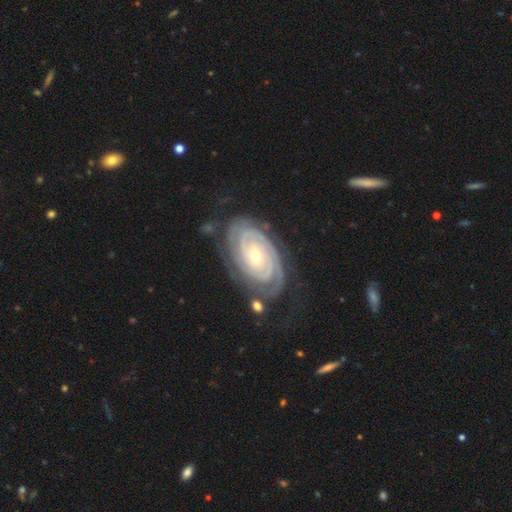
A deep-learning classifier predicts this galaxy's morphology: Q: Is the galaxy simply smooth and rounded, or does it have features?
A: featured or disk — 91%.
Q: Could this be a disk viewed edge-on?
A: no — 96%.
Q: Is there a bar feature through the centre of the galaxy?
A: no — 68%.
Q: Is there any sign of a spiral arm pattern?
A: yes — 98%.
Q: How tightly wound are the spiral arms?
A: tight — 87%.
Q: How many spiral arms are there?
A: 2 — 44%.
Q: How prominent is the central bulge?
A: small — 56%.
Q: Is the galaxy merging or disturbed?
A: none — 73%.